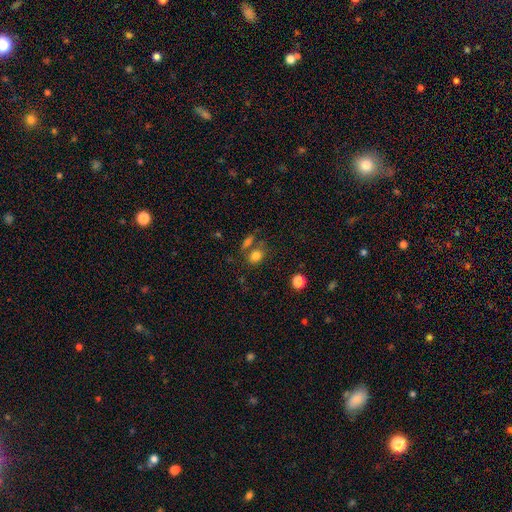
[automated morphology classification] This appears to be a smooth galaxy with no disk features (80%) that is in between round and cigar-shaped (55%). Merging: none (60%).